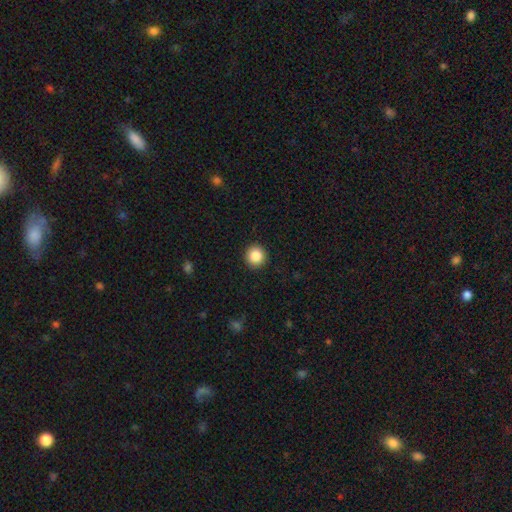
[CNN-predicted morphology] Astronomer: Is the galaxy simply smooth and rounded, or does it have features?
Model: smooth — 86%.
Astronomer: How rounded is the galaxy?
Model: round — 95%.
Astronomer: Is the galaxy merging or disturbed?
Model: none — 93%.